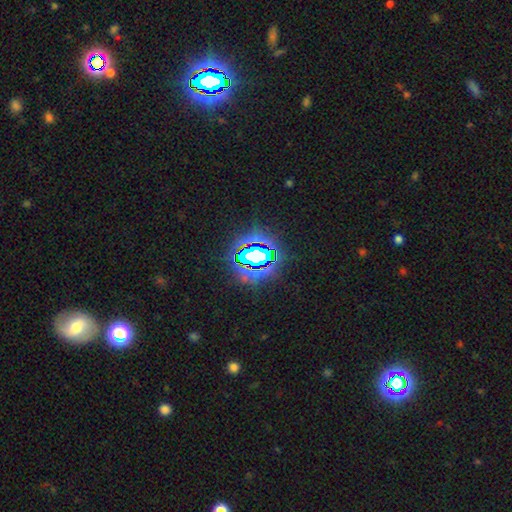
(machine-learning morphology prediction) Q: Smooth or featured?
A: star or artifact (72%); runner-up: smooth (15%)